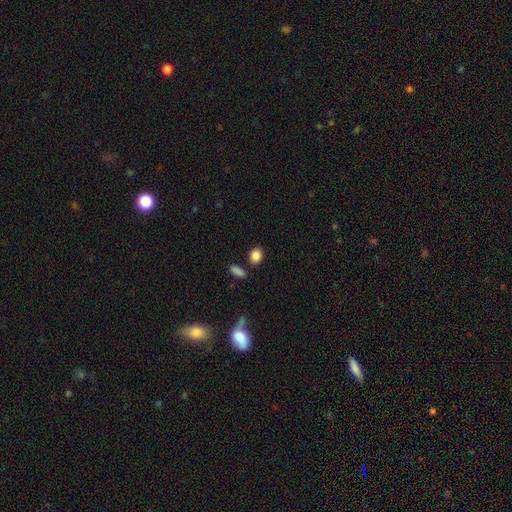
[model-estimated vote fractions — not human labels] smooth 86%, star or artifact 9%, featured or disk 5%. Down the decision tree: how rounded — in between (54%); merging — none (80%).